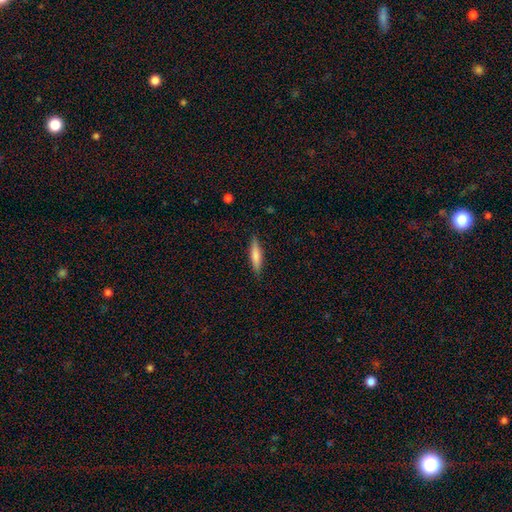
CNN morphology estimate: Overall: smooth (72%). How rounded: cigar-shaped (77%). Merging: none (86%).